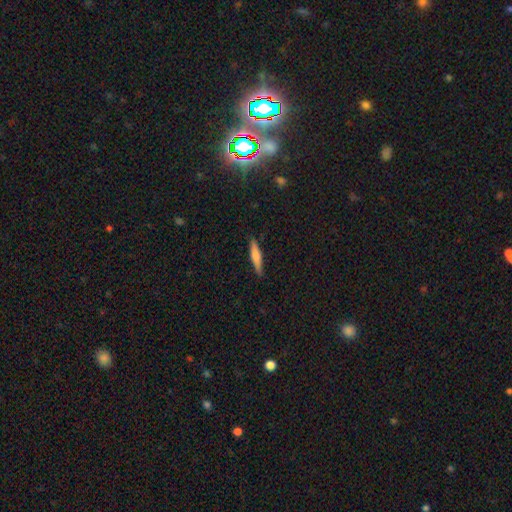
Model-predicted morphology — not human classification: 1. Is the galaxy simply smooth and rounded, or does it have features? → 60% smooth, 33% featured or disk, 6% star or artifact.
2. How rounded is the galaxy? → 88% cigar-shaped, 11% in between, 2% round.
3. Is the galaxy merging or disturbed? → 87% none, 10% minor disturbance, 2% major disturbance, 1% merger.